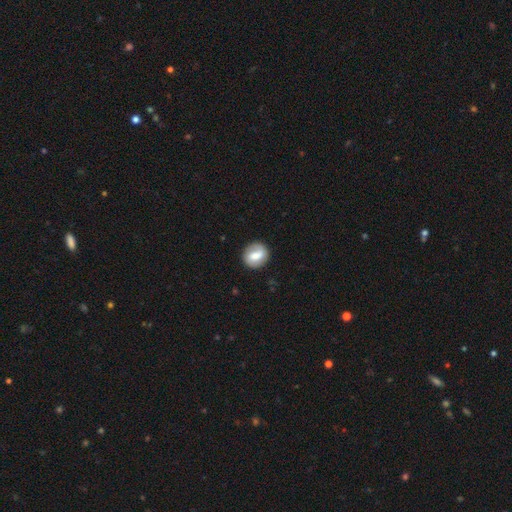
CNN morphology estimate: A smooth galaxy with no disk features (54%) that is round (78%). Merging: none (86%).